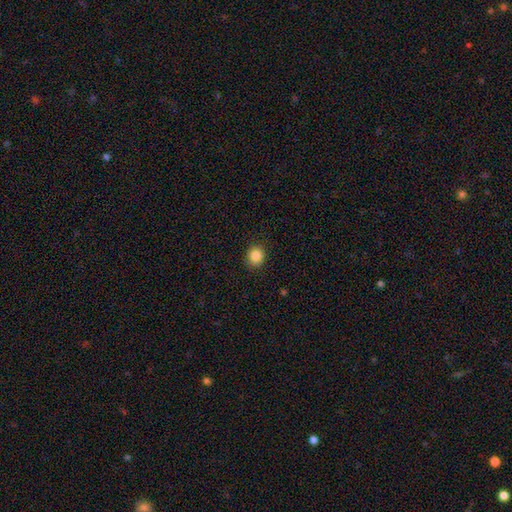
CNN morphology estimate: Smooth or featured? Predicted: smooth (p=0.86). How rounded? Predicted: round (p=0.77). Merging? Predicted: none (p=0.90).